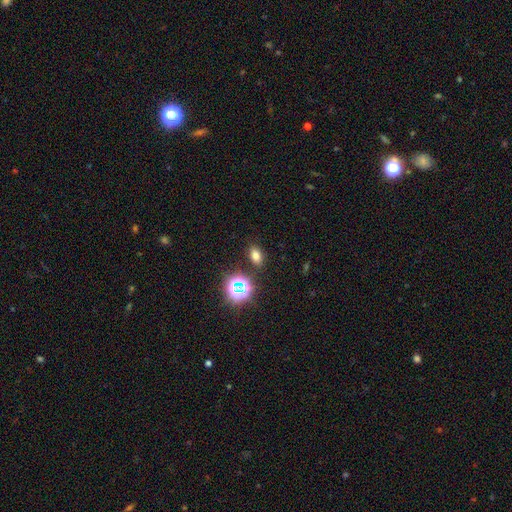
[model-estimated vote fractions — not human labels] This appears to be a smooth galaxy with no disk features (70%) that is in between round and cigar-shaped (80%). Merging: none (86%).